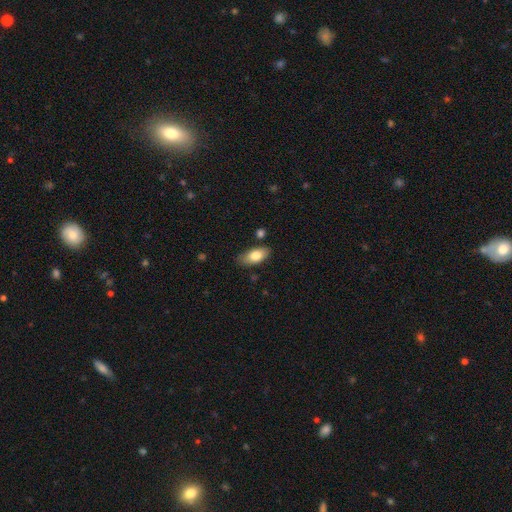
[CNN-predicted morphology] Q: Smooth or featured?
A: smooth (78%); runner-up: featured or disk (15%)
Q: How rounded?
A: in between (90%); runner-up: cigar-shaped (7%)
Q: Merging?
A: none (79%); runner-up: minor disturbance (16%)